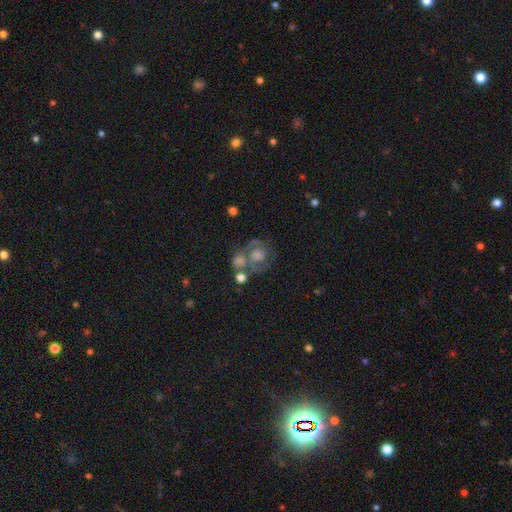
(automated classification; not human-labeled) This is likely a featured or disk galaxy (66%). It is clearly not viewed edge-on (97%). Bar: likely no (76%). Spiral arm pattern: likely yes (70%). Central bulge: marginally moderate (37%). Merging: marginally none (43%).